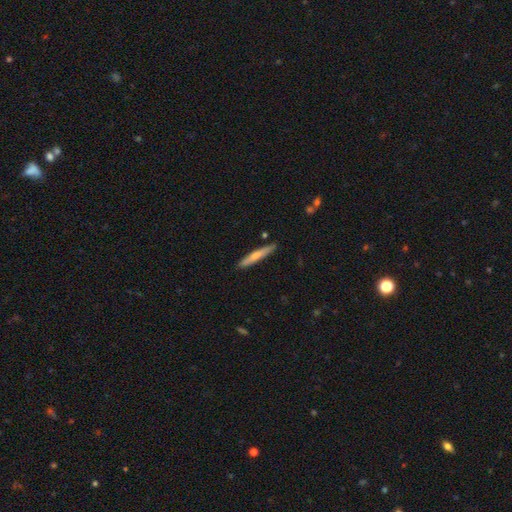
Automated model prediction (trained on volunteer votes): Smooth or featured? Predicted: smooth (p=0.64). How rounded? Predicted: cigar-shaped (p=0.94). Merging? Predicted: none (p=0.87).